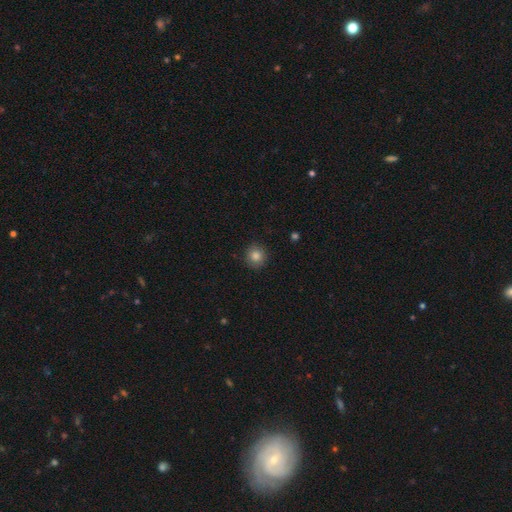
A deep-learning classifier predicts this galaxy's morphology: A smooth galaxy with no disk features (84%) that is round (91%). Merging: none (88%).